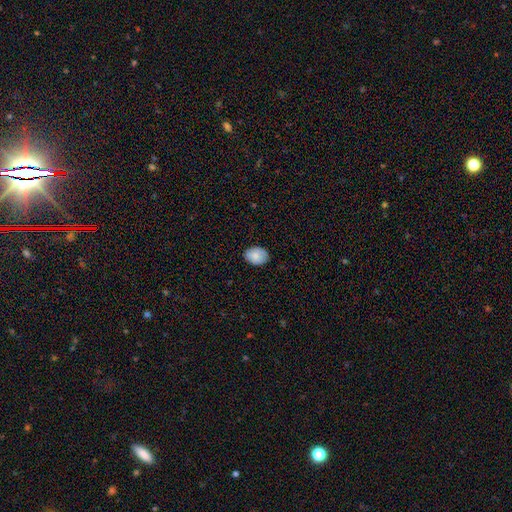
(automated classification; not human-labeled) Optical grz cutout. It shows a smooth galaxy with no disk features (85%) that is in between round and cigar-shaped (73%). Merging: none (83%).